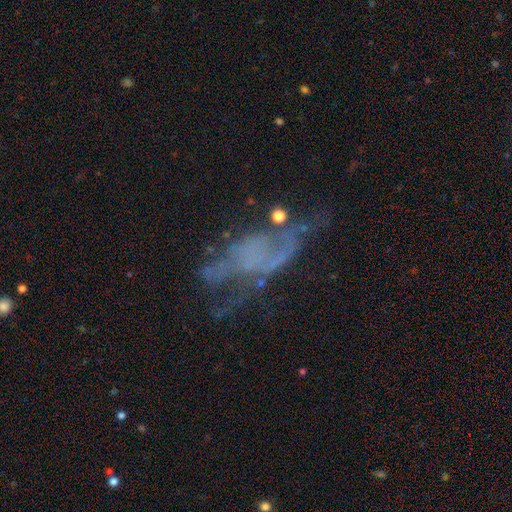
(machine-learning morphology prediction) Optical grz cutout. It shows a featured or disk galaxy (62%) with no bar (88%), no spiral arms (72%) and no central bulge (82%). Merging: major disturbance (38%).